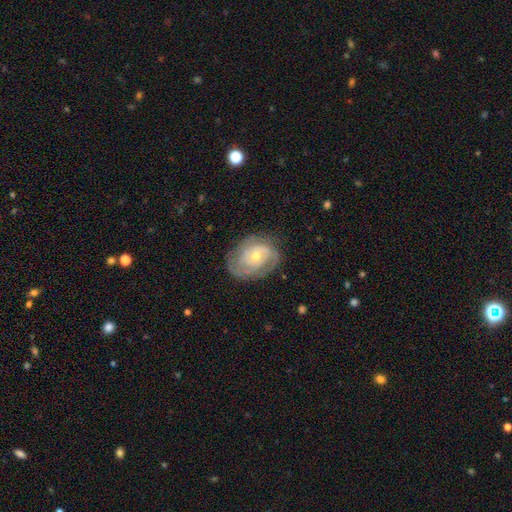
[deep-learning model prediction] Morphology: type=featured or disk (81%); edge-on=no (97%); bar=no (74%); spiral arms=yes (92%); winding=tight (66%); arm count=2 (41%); bulge=moderate (53%); merging=none (71%).